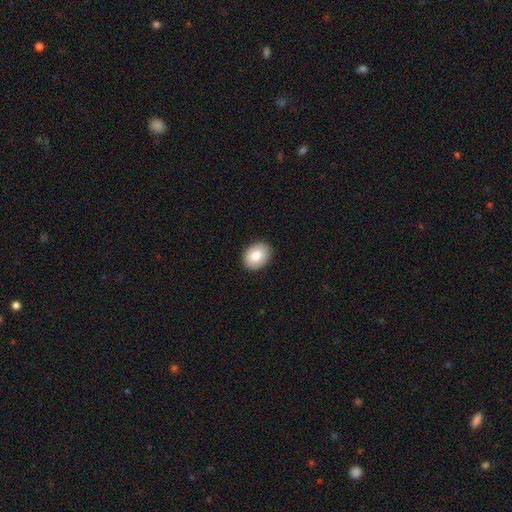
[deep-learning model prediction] Smooth or featured?
  - smooth: 78% *
  - featured or disk: 14%
  - star or artifact: 8%
How rounded?
  - in between: 62% *
  - round: 37%
  - cigar-shaped: 1%
Merging?
  - none: 89% *
  - minor disturbance: 8%
  - major disturbance: 2%
  - merger: 1%